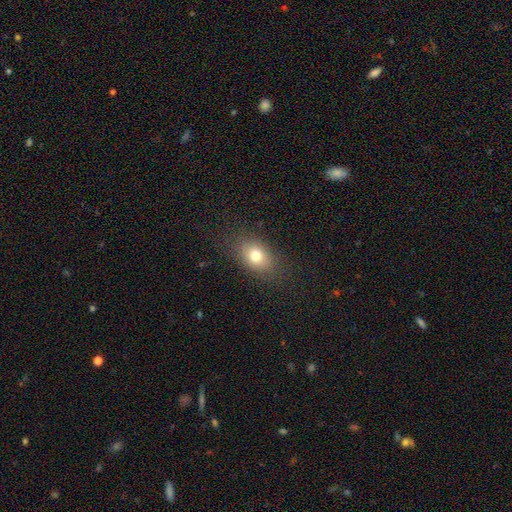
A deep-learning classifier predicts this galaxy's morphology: A smooth galaxy with no disk features (77%) that is in between round and cigar-shaped (75%). Merging: none (83%).